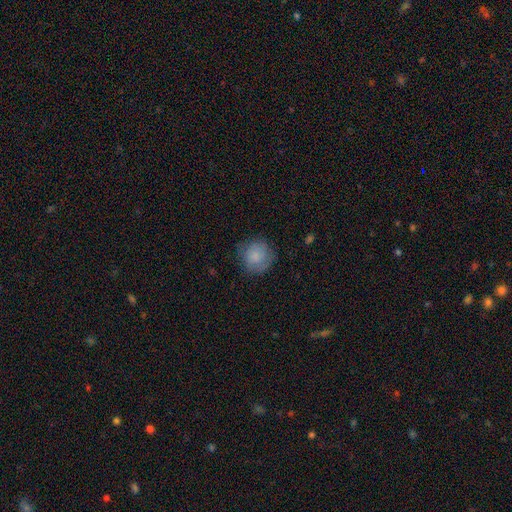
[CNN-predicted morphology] type=smooth (80%); roundness=round (89%); merging=none (74%).